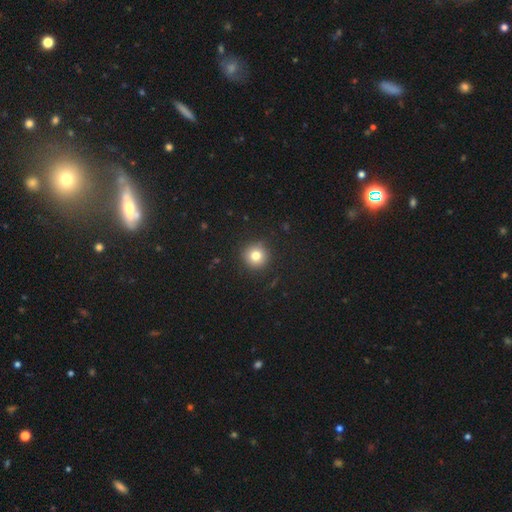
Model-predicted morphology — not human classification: A smooth galaxy with no disk features (79%) that is round (94%).

Vote fractions:
- Smooth or featured? smooth: 79% / star or artifact: 12% / featured or disk: 8%
- How rounded? round: 94% / in between: 5% / cigar-shaped: 1%
- Merging? none: 90% / minor disturbance: 6% / major disturbance: 2% / merger: 1%